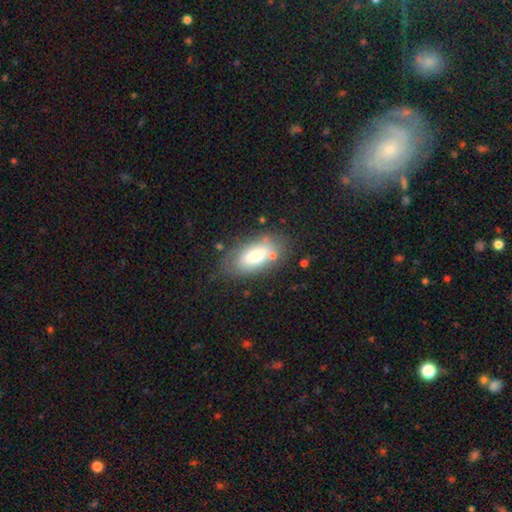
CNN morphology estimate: A smooth galaxy with no disk features (69%) that is in between round and cigar-shaped (90%).

Vote fractions:
- Smooth or featured? smooth: 69% / featured or disk: 24% / star or artifact: 7%
- How rounded? in between: 90% / cigar-shaped: 7% / round: 4%
- Merging? none: 62% / minor disturbance: 21% / major disturbance: 10% / merger: 7%